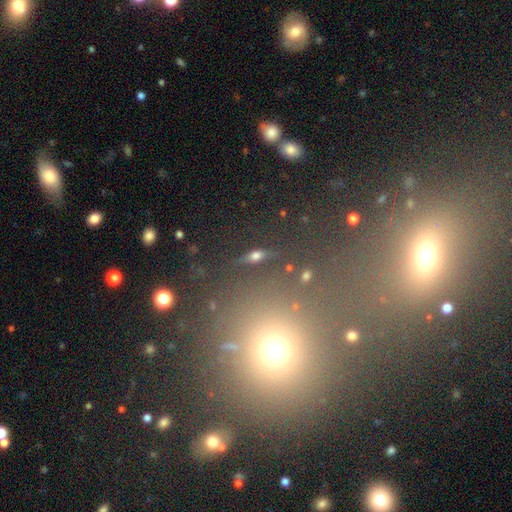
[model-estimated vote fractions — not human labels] The model was most divided on "smooth or featured": smooth: 43%, featured or disk: 40%, star or artifact: 17%. More confident: merging — none (79%).